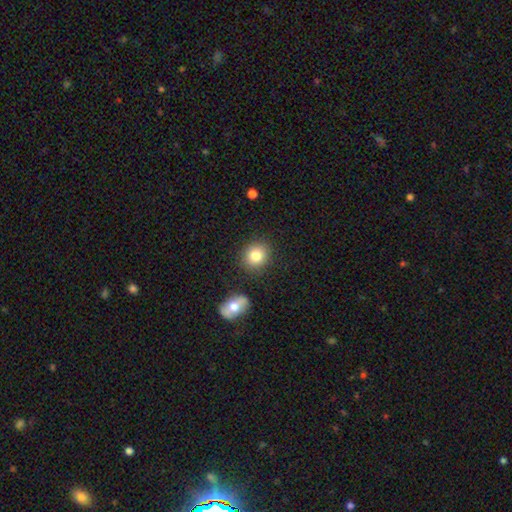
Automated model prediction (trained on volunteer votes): smooth 81%, featured or disk 9%, star or artifact 9%. Down the decision tree: how rounded — round (77%); merging — none (84%).